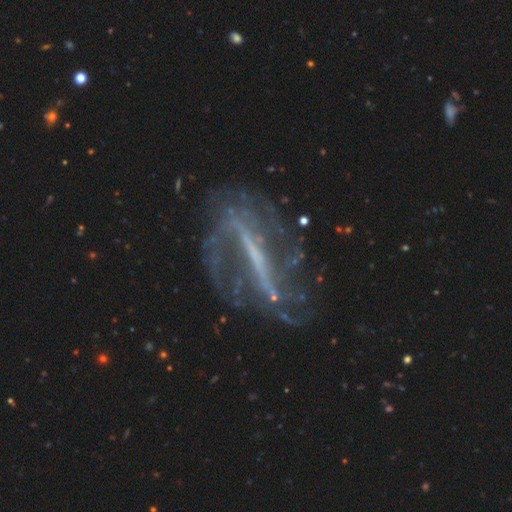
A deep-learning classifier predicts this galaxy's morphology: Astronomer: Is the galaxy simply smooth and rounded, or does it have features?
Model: featured or disk — 82%.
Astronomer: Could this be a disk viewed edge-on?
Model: no — 78%.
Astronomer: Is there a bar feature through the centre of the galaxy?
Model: strong — 74%.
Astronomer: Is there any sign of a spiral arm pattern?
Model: yes — 76%.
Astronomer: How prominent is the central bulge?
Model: none — 48% (runner-up: small, 35%).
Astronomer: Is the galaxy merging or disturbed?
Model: none — 59%.